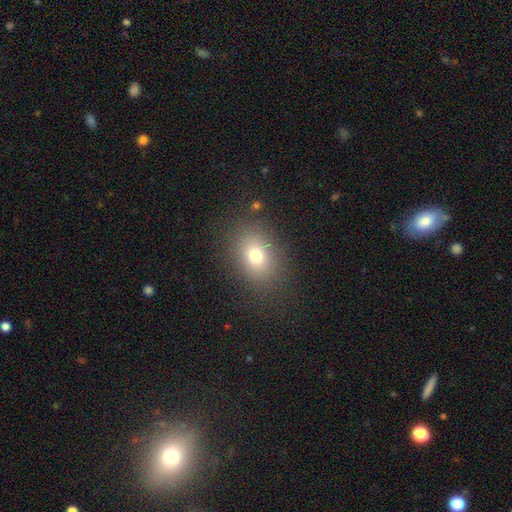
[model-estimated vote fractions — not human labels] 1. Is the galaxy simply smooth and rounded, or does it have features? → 74% smooth, 14% star or artifact, 12% featured or disk.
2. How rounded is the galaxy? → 63% in between, 35% round, 1% cigar-shaped.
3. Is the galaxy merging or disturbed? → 84% none, 10% minor disturbance, 5% major disturbance, 1% merger.